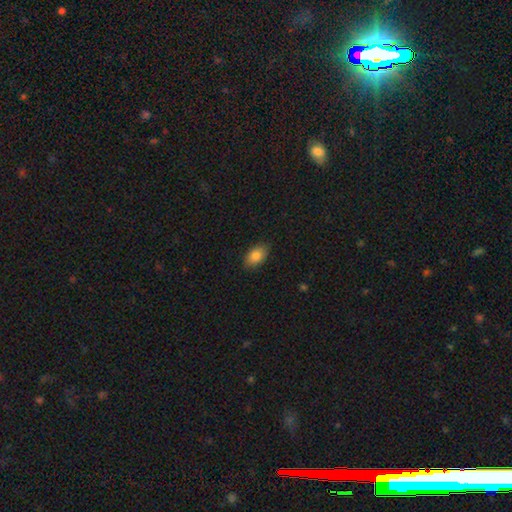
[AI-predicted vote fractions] This is clearly a smooth galaxy (85%). How rounded: clearly in between (91%). Merging: clearly none (84%).